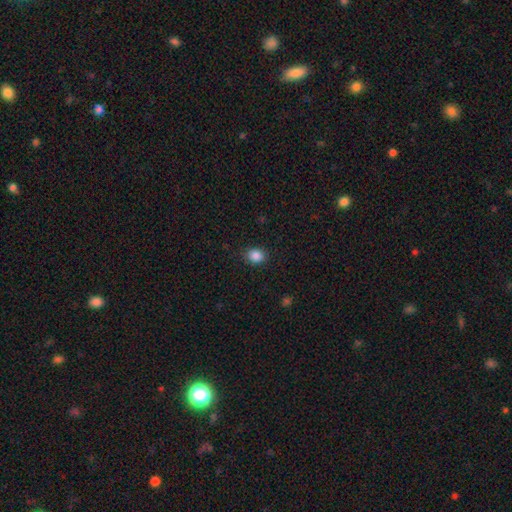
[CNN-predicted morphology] This appears to be a smooth galaxy with no disk features (87%) that is round (54%). Merging: none (86%).